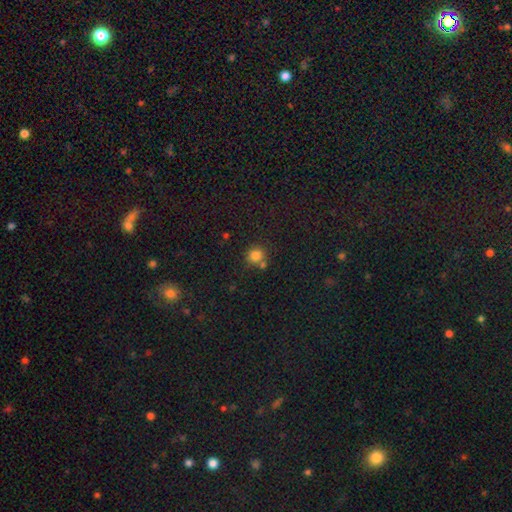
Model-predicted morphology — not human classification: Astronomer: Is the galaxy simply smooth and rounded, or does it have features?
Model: smooth — 81%.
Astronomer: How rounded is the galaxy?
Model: round — 87%.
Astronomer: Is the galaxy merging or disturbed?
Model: none — 66%.